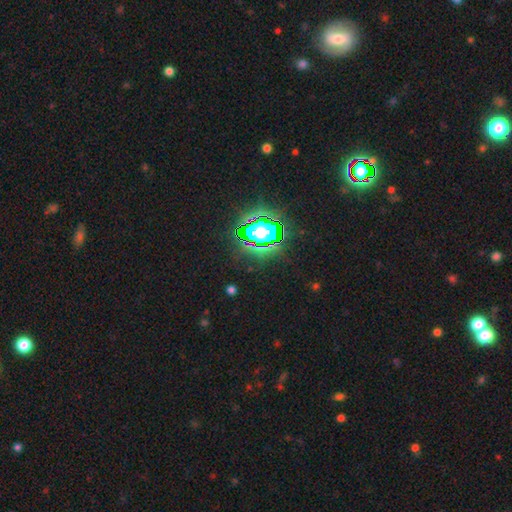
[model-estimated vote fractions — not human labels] This appears to be a star or artifact, not a galaxy (84%).